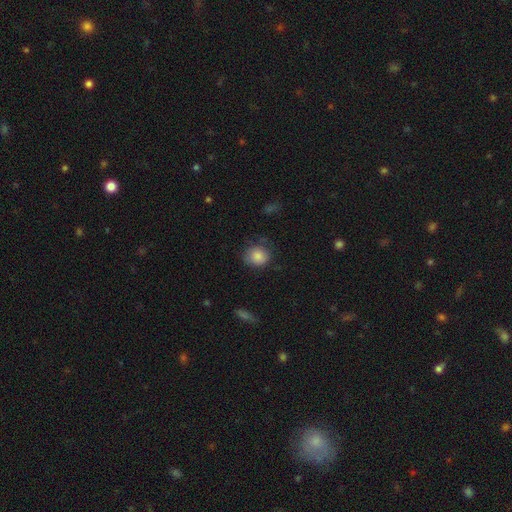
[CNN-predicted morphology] A smooth galaxy with no disk features (83%) that is round (79%). Merging: none (71%).